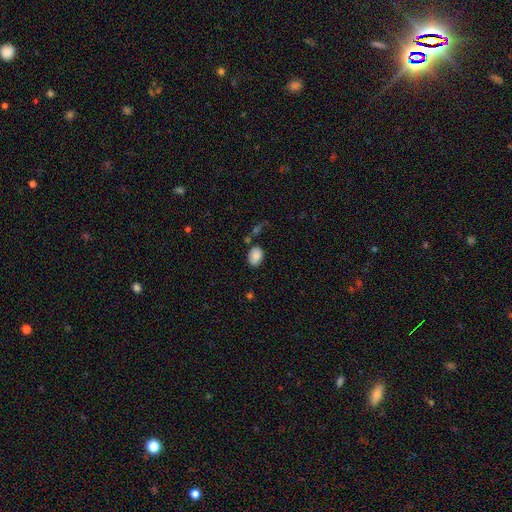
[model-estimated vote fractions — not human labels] Overall: smooth (86%). How rounded: in between (81%). Merging: none (73%).